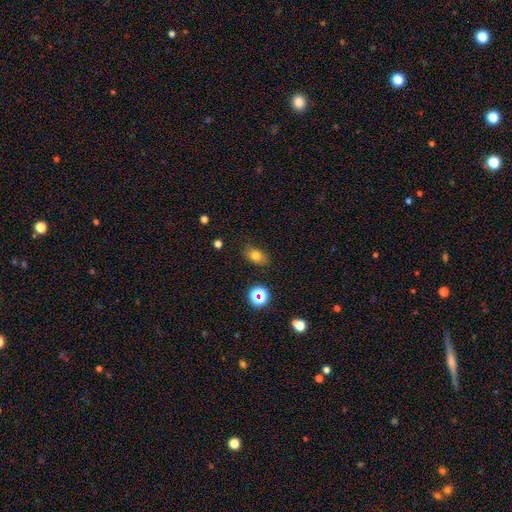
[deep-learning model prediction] A smooth galaxy with no disk features (75%) that is in between round and cigar-shaped (75%).

Vote fractions:
- Smooth or featured? smooth: 75% / star or artifact: 15% / featured or disk: 10%
- How rounded? in between: 75% / round: 23% / cigar-shaped: 2%
- Merging? none: 82% / minor disturbance: 13% / major disturbance: 3% / merger: 2%